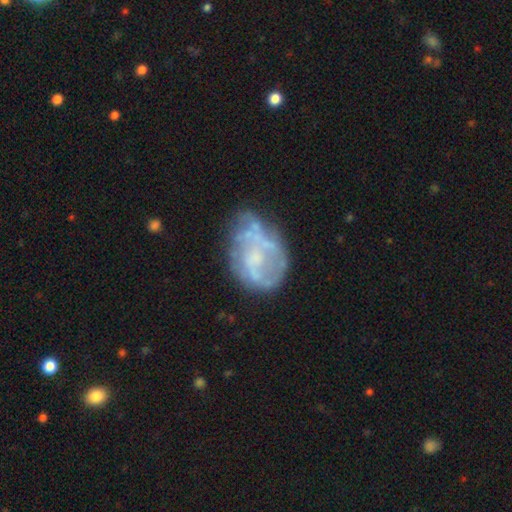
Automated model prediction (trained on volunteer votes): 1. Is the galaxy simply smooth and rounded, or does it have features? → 65% featured or disk, 26% smooth, 9% star or artifact.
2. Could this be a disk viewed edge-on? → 97% no, 3% yes.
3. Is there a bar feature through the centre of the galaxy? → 77% no, 19% weak, 4% strong.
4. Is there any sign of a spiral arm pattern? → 60% no, 40% yes.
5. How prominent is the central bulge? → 46% none, 29% small, 21% moderate, 3% large, 1% dominant.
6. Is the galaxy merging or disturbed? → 47% none, 26% minor disturbance, 21% major disturbance, 6% merger.